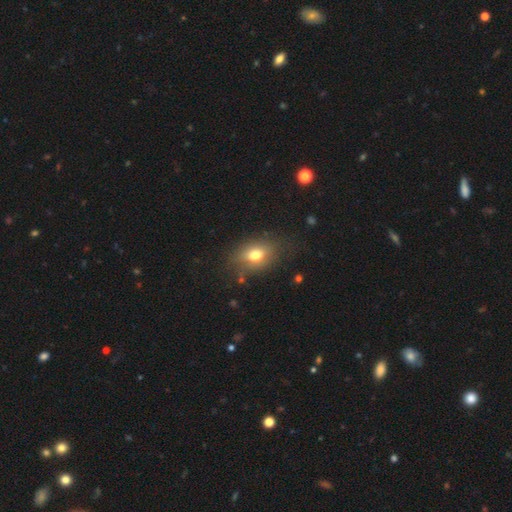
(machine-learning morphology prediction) smooth-or-featured: smooth: 73% | featured or disk: 15% | star or artifact: 11%
  how-rounded: in between: 70% | round: 28% | cigar-shaped: 2%
  merging: none: 74% | minor disturbance: 18% | major disturbance: 6% | merger: 3%